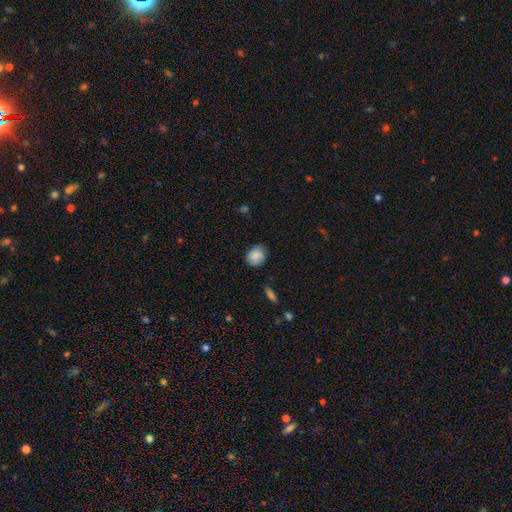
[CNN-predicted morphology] smooth_or_featured: smooth (p=0.85) [alt: star or artifact p=0.08]
how_rounded: round (p=0.57) [alt: in between p=0.42]
merging: none (p=0.73) [alt: minor disturbance p=0.22]